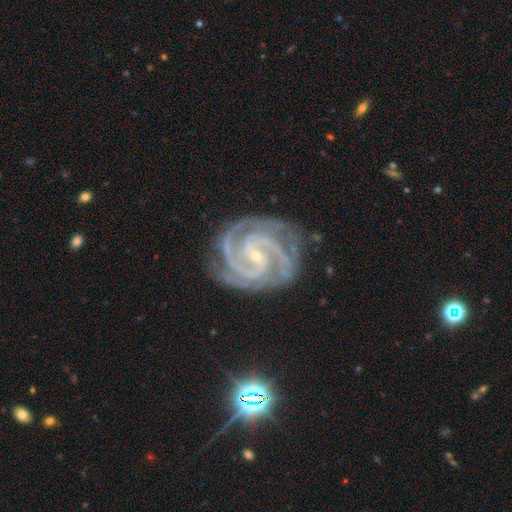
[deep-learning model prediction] featured or disk 93%, star or artifact 4%, smooth 2%. Down the decision tree: edge-on disk — no (98%); bar — weak (37%); spiral arms — yes (99%); spiral arm count — 2 (37%); spiral winding — tight (67%); bulge size — small (84%); merging — none (78%).